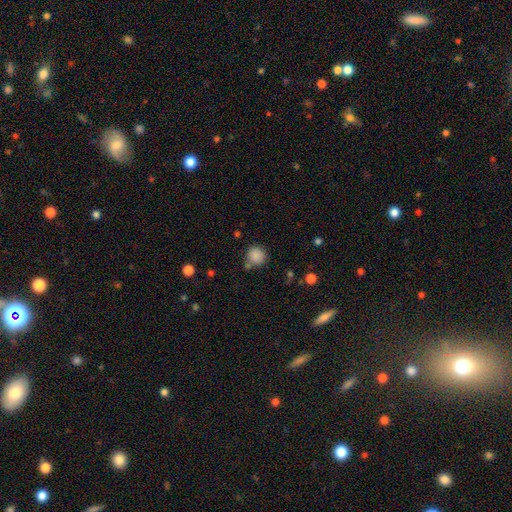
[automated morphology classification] smooth_or_featured: smooth (p=0.86) [alt: star or artifact p=0.10]
how_rounded: round (p=0.88) [alt: in between p=0.11]
merging: none (p=0.68) [alt: minor disturbance p=0.16]